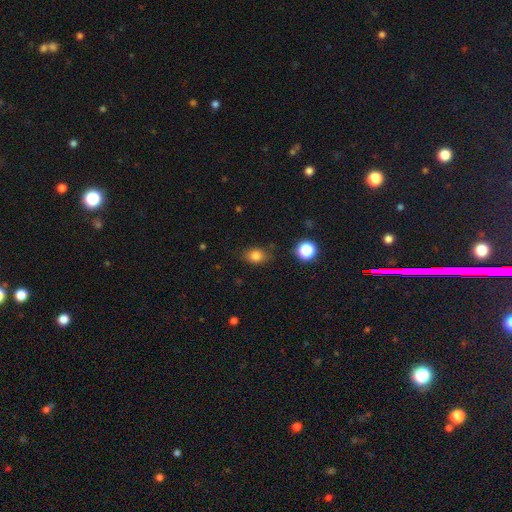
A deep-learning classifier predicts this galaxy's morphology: Smooth or featured? Predicted: smooth (p=0.81). How rounded? Predicted: in between (p=0.61). Merging? Predicted: none (p=0.80).